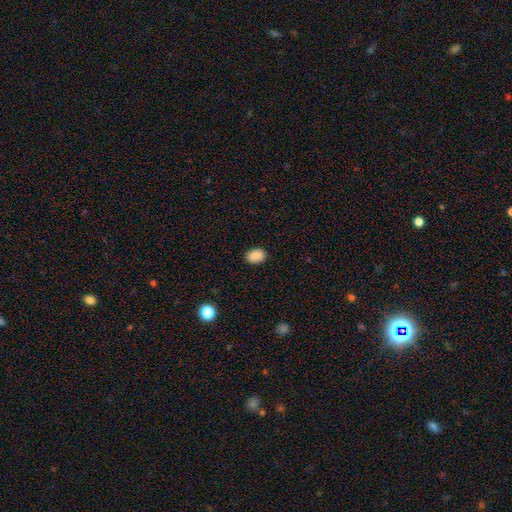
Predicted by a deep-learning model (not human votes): Q: Smooth or featured?
A: smooth (88%); runner-up: star or artifact (9%)
Q: How rounded?
A: in between (74%); runner-up: round (25%)
Q: Merging?
A: none (88%); runner-up: minor disturbance (9%)